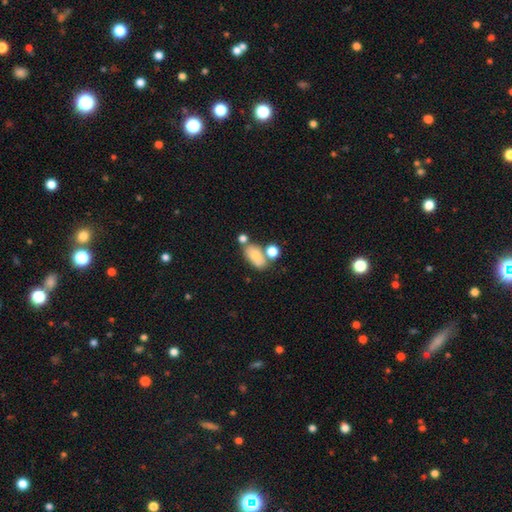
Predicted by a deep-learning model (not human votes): Smooth or featured: smooth — 71% (featured or disk — 19%)
How rounded: in between — 85% (round — 12%)
Merging: none — 48% (merger — 30%)